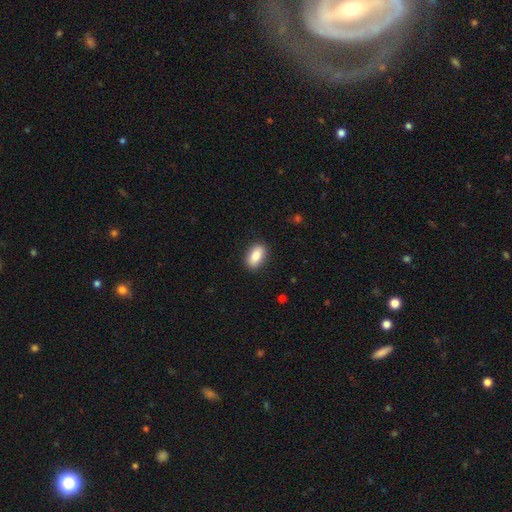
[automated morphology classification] A smooth galaxy with no disk features (86%) that is in between round and cigar-shaped (91%).

Vote fractions:
- Smooth or featured? smooth: 86% / featured or disk: 8% / star or artifact: 7%
- How rounded? in between: 91% / round: 5% / cigar-shaped: 4%
- Merging? none: 89% / minor disturbance: 8% / major disturbance: 2% / merger: 1%